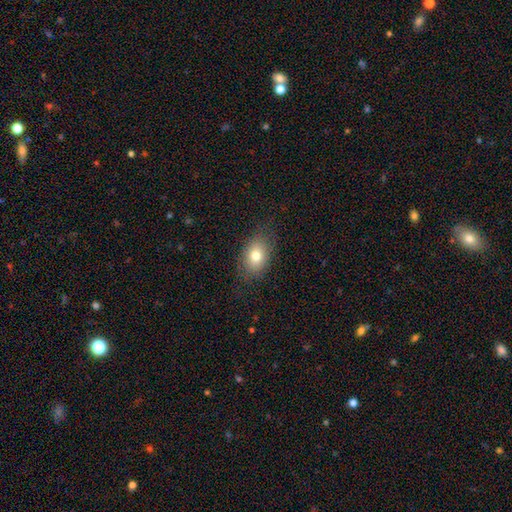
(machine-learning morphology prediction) smooth_or_featured: smooth (p=0.76) [alt: featured or disk p=0.15]
how_rounded: in between (p=0.81) [alt: round p=0.18]
merging: none (p=0.79) [alt: minor disturbance p=0.14]